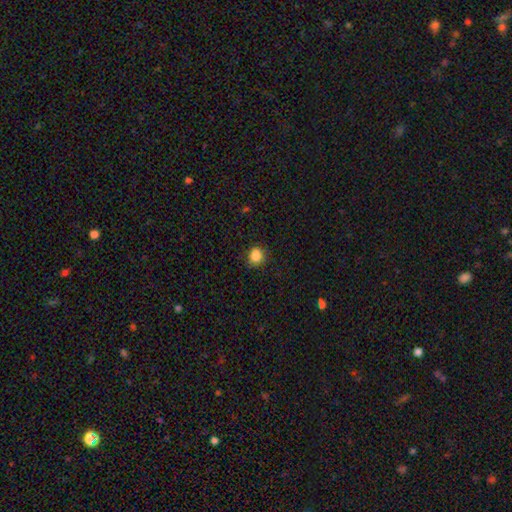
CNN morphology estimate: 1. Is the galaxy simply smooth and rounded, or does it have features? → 85% smooth, 11% star or artifact, 4% featured or disk.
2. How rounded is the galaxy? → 69% round, 30% in between, 1% cigar-shaped.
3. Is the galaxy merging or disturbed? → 78% none, 17% minor disturbance, 4% major disturbance, 2% merger.